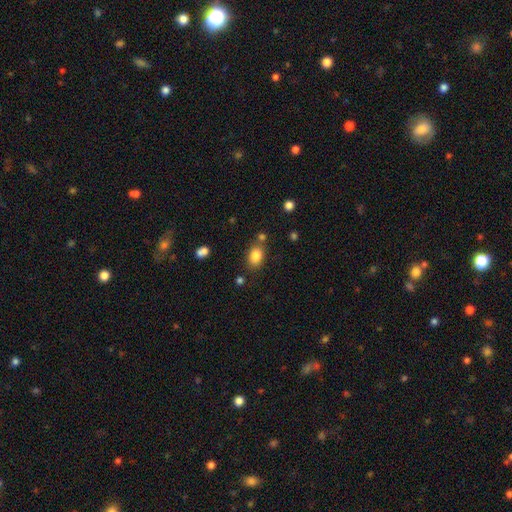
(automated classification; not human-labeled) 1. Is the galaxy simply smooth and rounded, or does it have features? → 84% smooth, 9% star or artifact, 7% featured or disk.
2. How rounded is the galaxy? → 76% in between, 22% round, 1% cigar-shaped.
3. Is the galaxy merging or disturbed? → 73% none, 13% minor disturbance, 10% merger, 4% major disturbance.